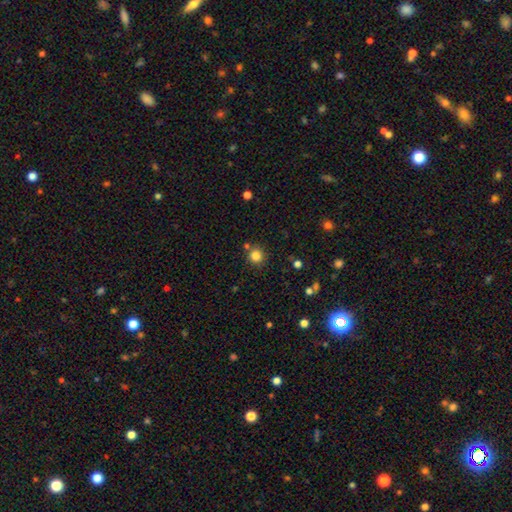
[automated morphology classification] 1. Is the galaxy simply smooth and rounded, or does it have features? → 82% smooth, 12% star or artifact, 5% featured or disk.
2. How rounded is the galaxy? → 93% round, 6% in between, 1% cigar-shaped.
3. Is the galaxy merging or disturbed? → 80% none, 9% minor disturbance, 9% merger, 3% major disturbance.